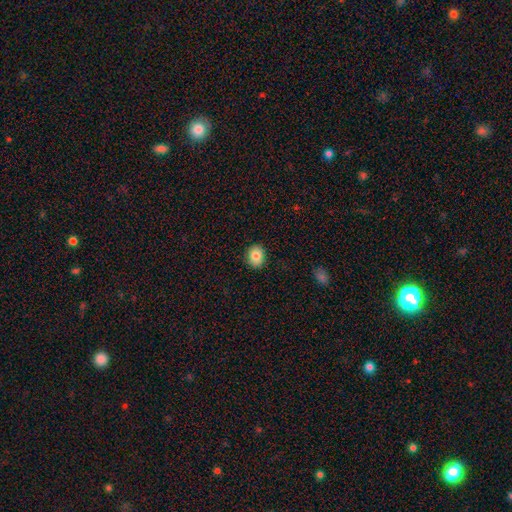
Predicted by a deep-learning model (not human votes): Smooth or featured? smooth (83%)
How rounded? round (51%)
Merging? none (88%)